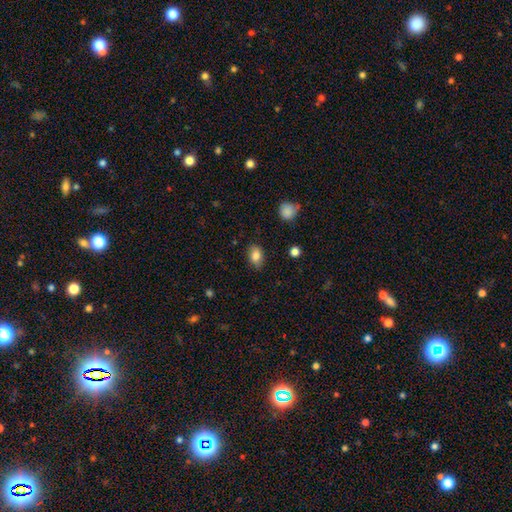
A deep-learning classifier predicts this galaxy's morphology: A smooth galaxy with no disk features (84%) that is in between round and cigar-shaped (79%).

Vote fractions:
- Smooth or featured? smooth: 84% / star or artifact: 9% / featured or disk: 8%
- How rounded? in between: 79% / round: 19% / cigar-shaped: 2%
- Merging? none: 82% / minor disturbance: 13% / major disturbance: 3% / merger: 1%